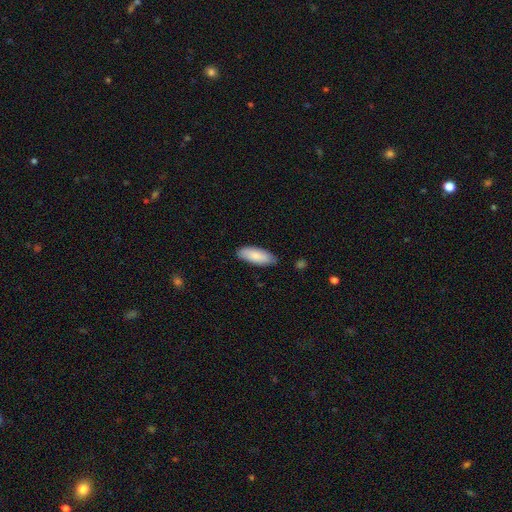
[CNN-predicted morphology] type=smooth (85%); roundness=in between (75%); merging=none (84%).